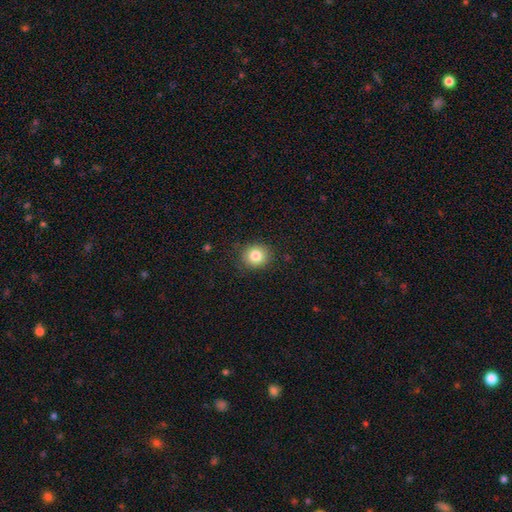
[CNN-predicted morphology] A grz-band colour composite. It shows a smooth galaxy with no disk features (82%) that is round (83%). Merging: none (88%).